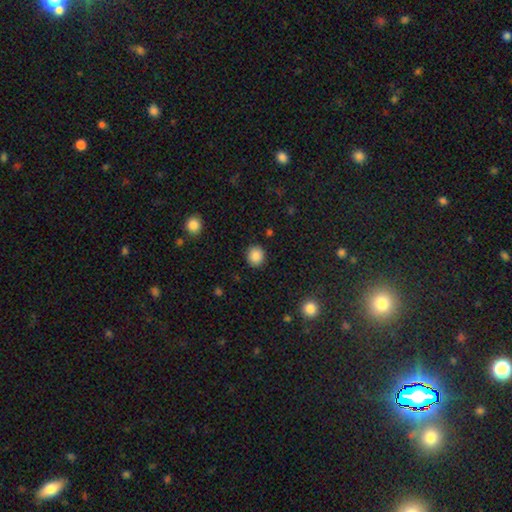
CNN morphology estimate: A smooth galaxy with no disk features (87%) that is round (81%).

Vote fractions:
- Smooth or featured? smooth: 87% / star or artifact: 9% / featured or disk: 4%
- How rounded? round: 81% / in between: 18% / cigar-shaped: 1%
- Merging? none: 90% / minor disturbance: 7% / major disturbance: 2% / merger: 1%